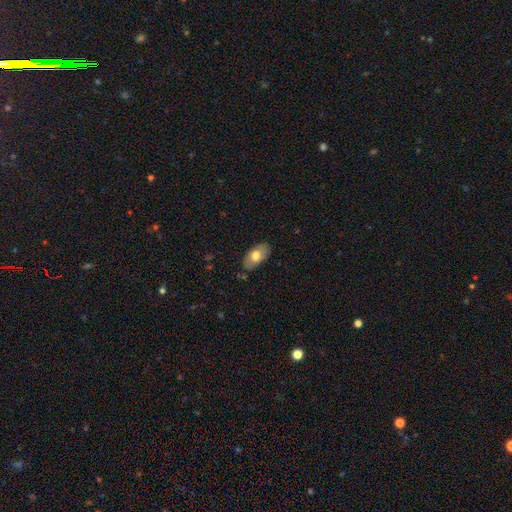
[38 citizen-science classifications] Smooth or featured? 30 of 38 (79%) said smooth. How rounded? 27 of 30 (90%) said in between. Merging? 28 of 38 (74%) said none.